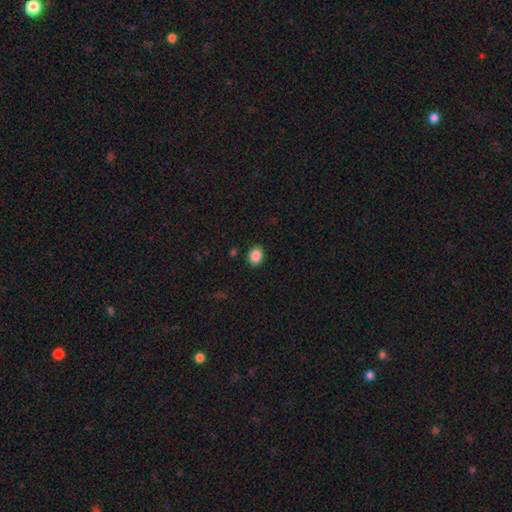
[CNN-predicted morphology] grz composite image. It shows a smooth galaxy with no disk features (87%) that is round (50%). Merging: none (89%).